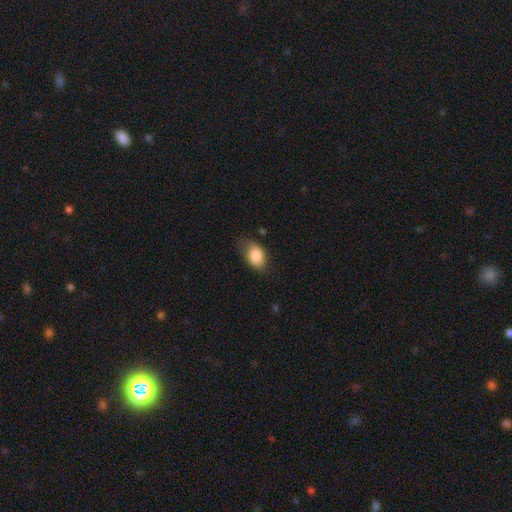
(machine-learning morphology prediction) smooth 83%, featured or disk 9%, star or artifact 7%. Down the decision tree: how rounded — in between (84%); merging — none (58%).